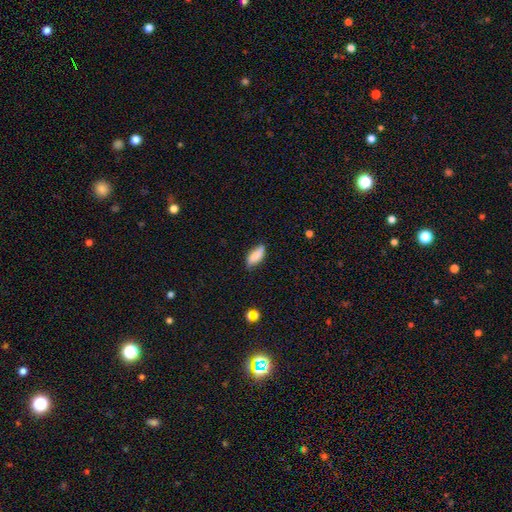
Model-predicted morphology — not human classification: Smooth or featured?
  - smooth: 82% *
  - featured or disk: 11%
  - star or artifact: 7%
How rounded?
  - in between: 75% *
  - cigar-shaped: 22%
  - round: 2%
Merging?
  - none: 72% *
  - minor disturbance: 23%
  - major disturbance: 4%
  - merger: 2%